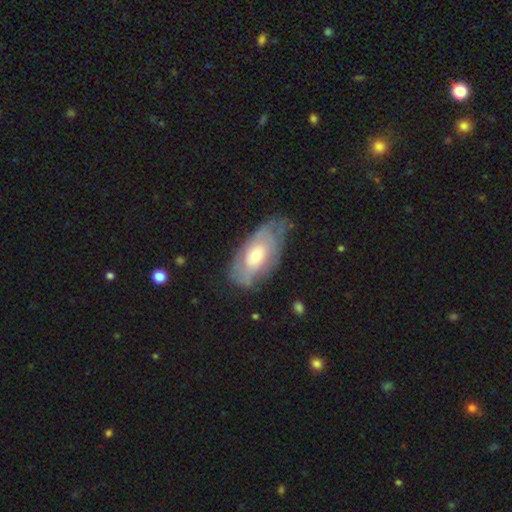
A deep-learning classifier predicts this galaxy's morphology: Smooth or featured?
  - featured or disk: 56% *
  - smooth: 38%
  - star or artifact: 6%
Edge-on disk?
  - no: 89% *
  - yes: 11%
Merging?
  - none: 60% *
  - minor disturbance: 28%
  - major disturbance: 11%
  - merger: 2%